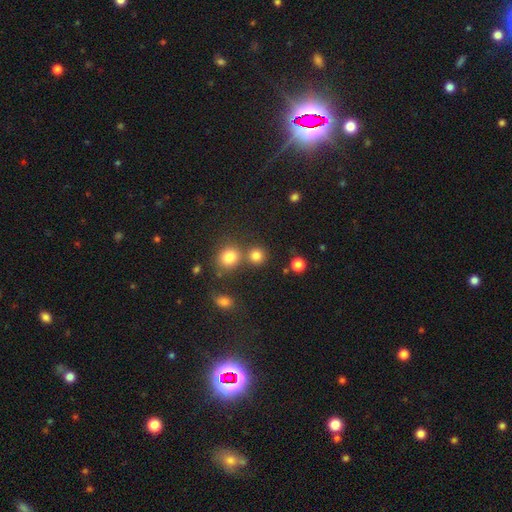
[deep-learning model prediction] Q: Smooth or featured?
A: smooth (79%); runner-up: star or artifact (15%)
Q: How rounded?
A: round (88%); runner-up: in between (11%)
Q: Merging?
A: none (68%); runner-up: merger (22%)